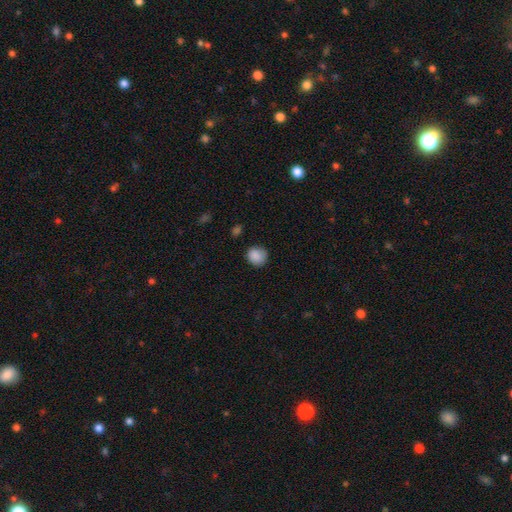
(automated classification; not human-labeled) smooth 88%, star or artifact 8%, featured or disk 4%. Down the decision tree: how rounded — round (83%); merging — none (81%).